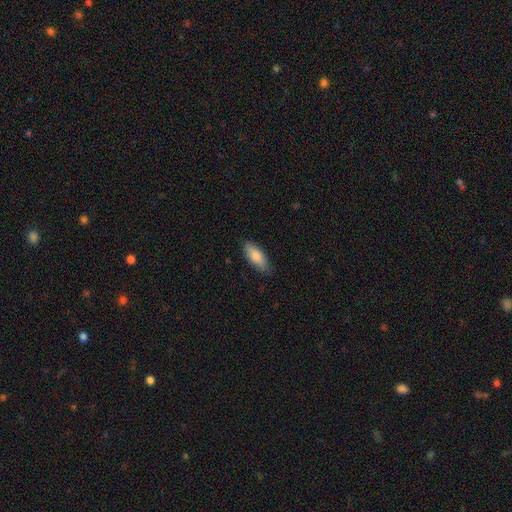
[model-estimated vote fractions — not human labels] Smooth or featured? smooth (82%)
How rounded? in between (76%)
Merging? none (83%)